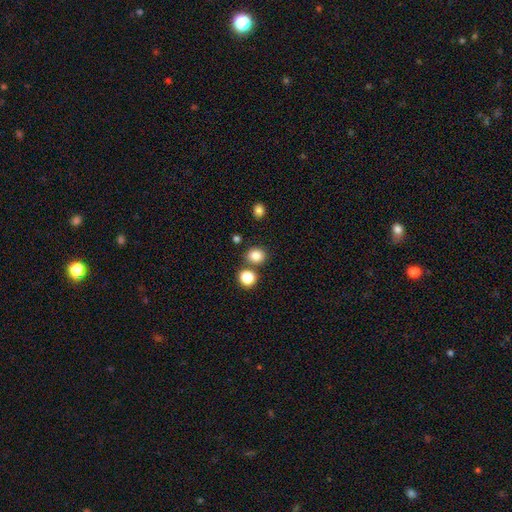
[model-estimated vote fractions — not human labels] This is clearly a smooth galaxy (84%). How rounded: likely round (71%). Merging: likely none (76%).